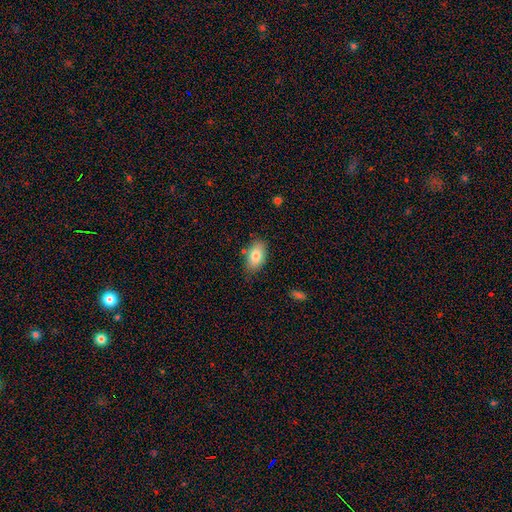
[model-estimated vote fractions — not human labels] This is clearly a smooth galaxy (80%). How rounded: clearly in between (92%). Merging: likely none (78%).